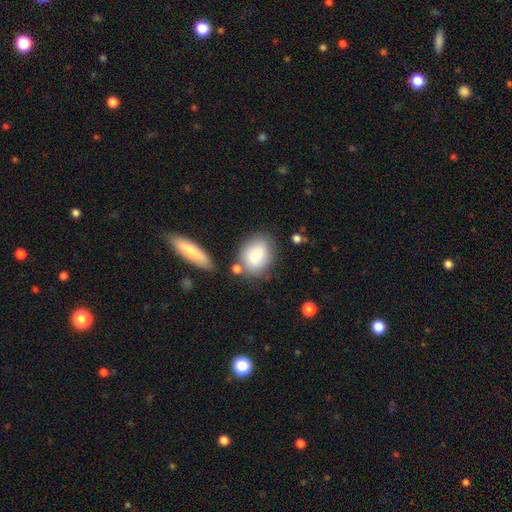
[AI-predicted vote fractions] Smooth or featured?
  - smooth: 83% *
  - featured or disk: 10%
  - star or artifact: 7%
How rounded?
  - in between: 65% *
  - round: 33%
  - cigar-shaped: 2%
Merging?
  - none: 62% *
  - minor disturbance: 18%
  - merger: 14%
  - major disturbance: 6%